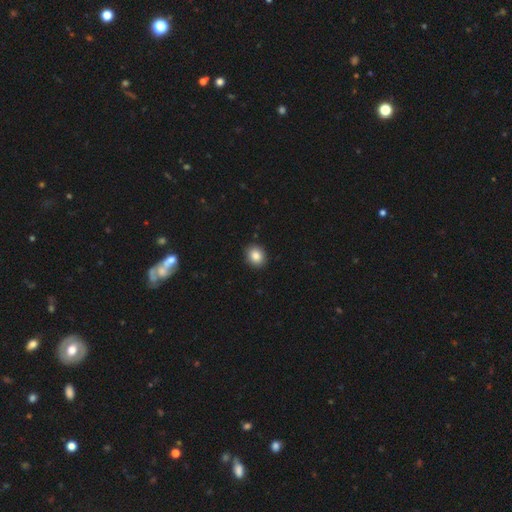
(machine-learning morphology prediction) Smooth or featured? Predicted: smooth (p=0.85). How rounded? Predicted: round (p=0.66). Merging? Predicted: none (p=0.90).